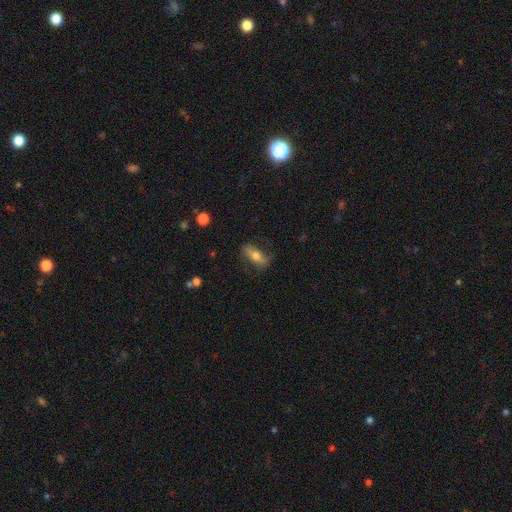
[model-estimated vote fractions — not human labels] The model was most divided on "smooth or featured": smooth: 53%, featured or disk: 39%, star or artifact: 8%. More confident: merging — none (71%); how rounded — in between (70%).